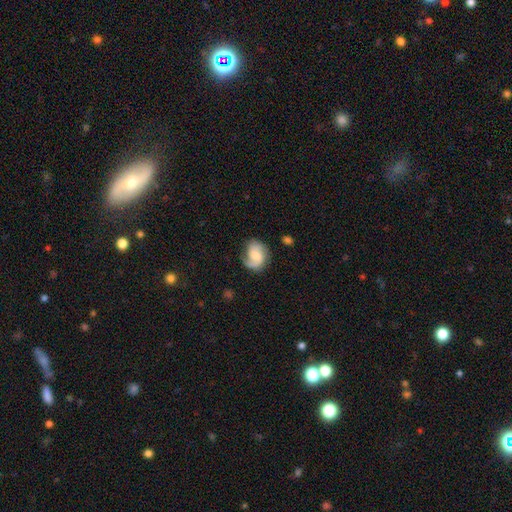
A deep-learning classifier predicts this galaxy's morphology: A featured or disk galaxy (70%) with no bar (55%), 2 (67%) medium (45%) spiral arms (95%) and a moderate central bulge (44%).

Vote fractions:
- Smooth or featured? featured or disk: 70% / smooth: 23% / star or artifact: 7%
- Edge-on disk? no: 98% / yes: 2%
- Bar? no: 55% / weak: 38% / strong: 8%
- Spiral arms? yes: 95% / no: 5%
- Spiral winding? medium: 45% / loose: 30% / tight: 25%
- Spiral arm count? 2: 67% / 1: 22% / can't tell: 6% / 3: 3% / 4: 1% / more than 4: 1%
- Bulge size? moderate: 44% / small: 32% / none: 11% / large: 10% / dominant: 2%
- Merging? none: 66% / minor disturbance: 22% / major disturbance: 11% / merger: 2%